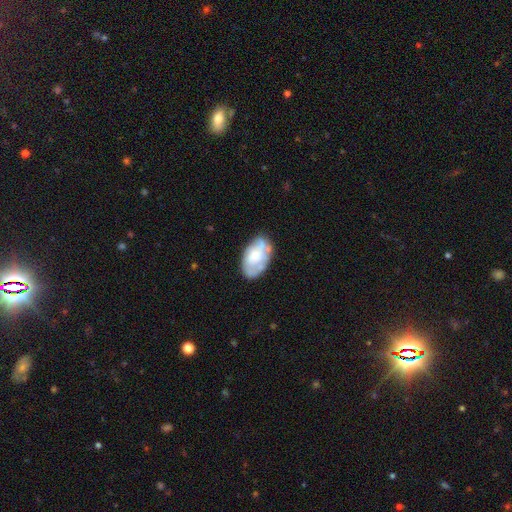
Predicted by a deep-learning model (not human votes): Smooth or featured? smooth (47%)
Merging? none (62%)